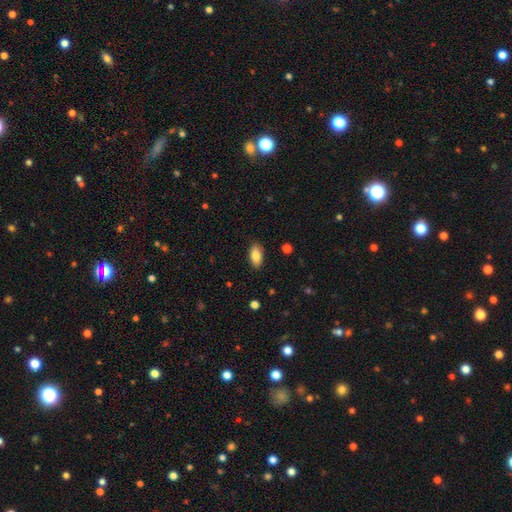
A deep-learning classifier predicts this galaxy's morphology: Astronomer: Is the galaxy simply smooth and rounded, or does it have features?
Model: smooth — 85%.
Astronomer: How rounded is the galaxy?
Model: in between — 92%.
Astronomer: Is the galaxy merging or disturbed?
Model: none — 87%.